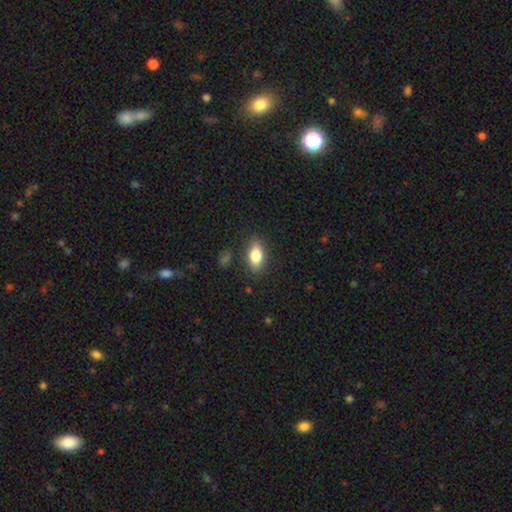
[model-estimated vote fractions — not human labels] smooth 82%, featured or disk 10%, star or artifact 7%. Down the decision tree: how rounded — in between (87%); merging — none (85%).